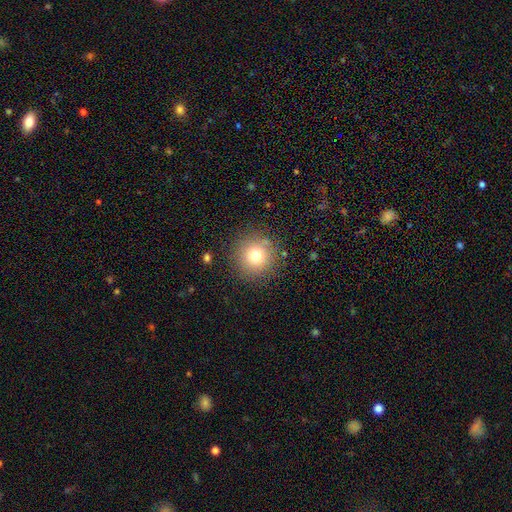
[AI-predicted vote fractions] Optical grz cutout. It shows a smooth galaxy with no disk features (75%) that is round (95%). Merging: none (87%).